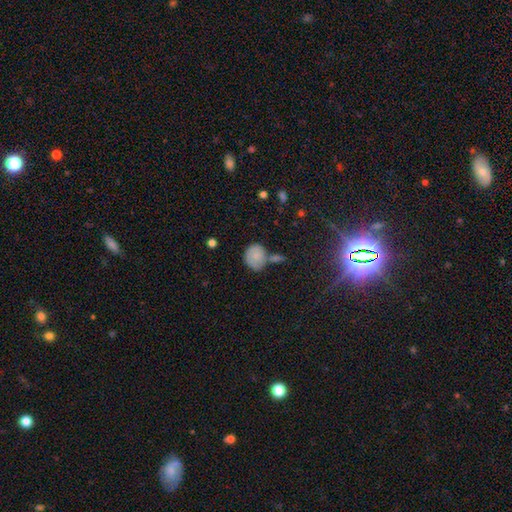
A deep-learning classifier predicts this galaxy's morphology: The model was most divided on "how rounded": round: 53%, in between: 46%, cigar-shaped: 1%. Remaining: smooth or featured — smooth (82%); merging — none (48%).